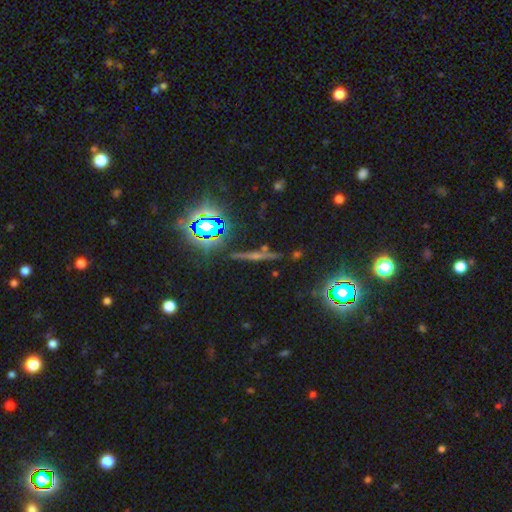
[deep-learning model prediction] Smooth or featured: featured or disk — 40% (star or artifact — 39%)
Merging: none — 85% (minor disturbance — 8%)